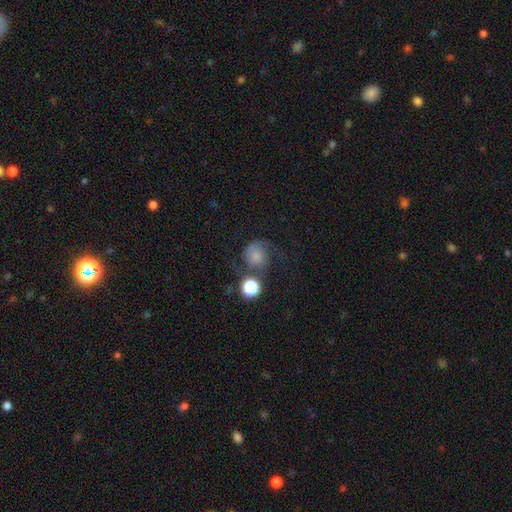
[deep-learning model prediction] Smooth or featured?
  - smooth: 53% *
  - featured or disk: 33%
  - star or artifact: 15%
How rounded?
  - round: 80% *
  - in between: 19%
  - cigar-shaped: 1%
Merging?
  - none: 44% *
  - major disturbance: 23%
  - minor disturbance: 21%
  - merger: 11%